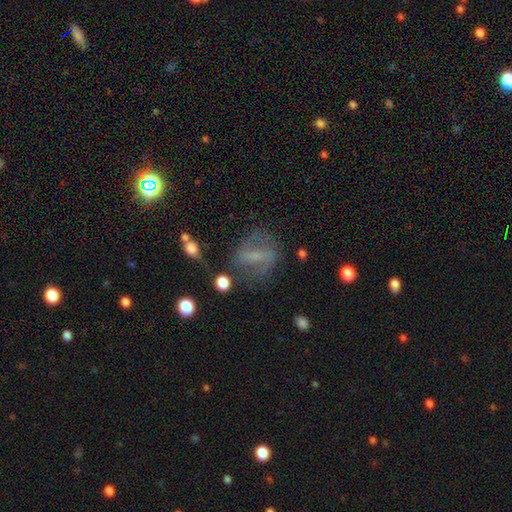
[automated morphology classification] featured or disk 58%, smooth 29%, star or artifact 13%. Down the decision tree: edge-on disk — no (91%); bar — strong (46%); spiral arms — yes (68%); bulge size — small (40%); merging — none (62%).